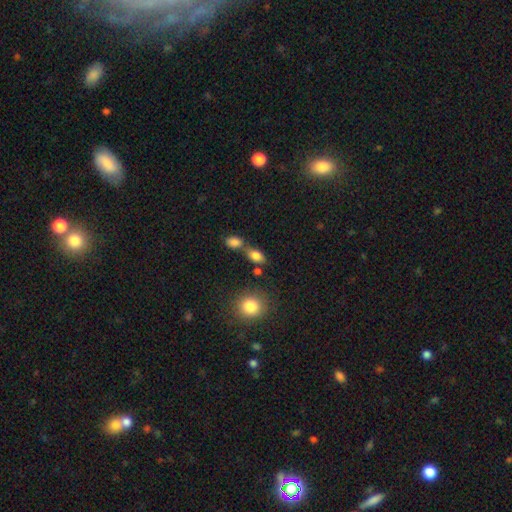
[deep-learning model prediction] smooth 80%, star or artifact 11%, featured or disk 9%. Down the decision tree: how rounded — in between (81%); merging — none (44%).